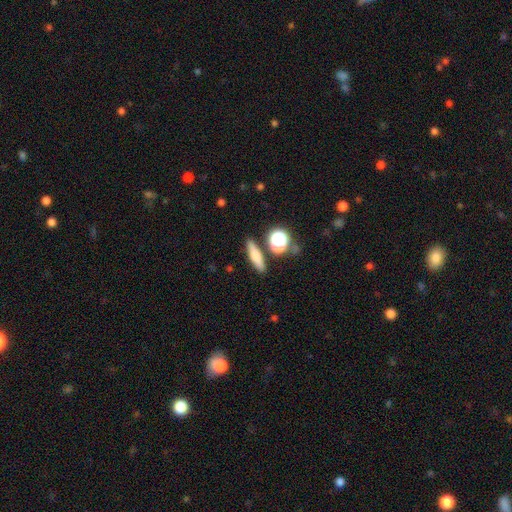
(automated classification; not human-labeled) A smooth galaxy with no disk features (62%) that is cigar-shaped (58%). Merging: none (80%).